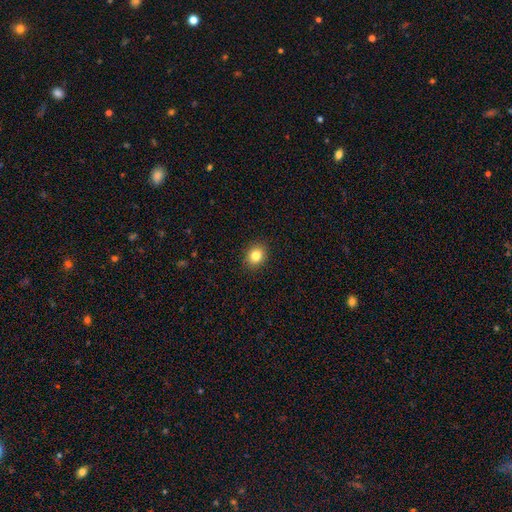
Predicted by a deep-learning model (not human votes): smooth-or-featured: smooth: 83% | star or artifact: 10% | featured or disk: 7%
  how-rounded: round: 60% | in between: 39% | cigar-shaped: 1%
  merging: none: 90% | minor disturbance: 7% | major disturbance: 2% | merger: 1%